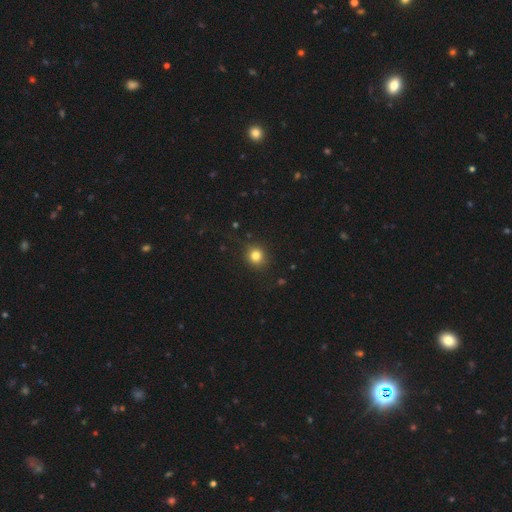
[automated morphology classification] This appears to be a smooth galaxy with no disk features (82%) that is round (86%). Merging: none (88%).